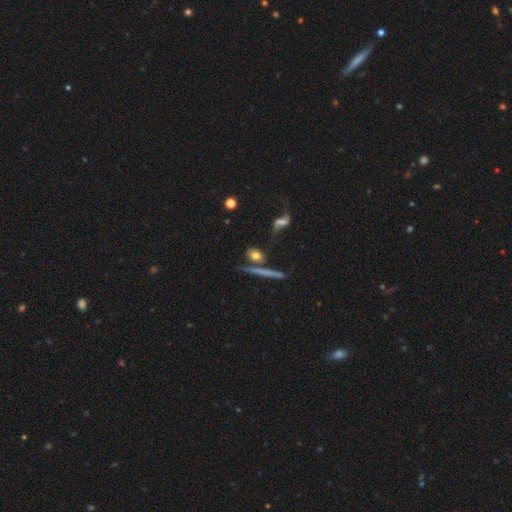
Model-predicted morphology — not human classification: Smooth or featured?
  - smooth: 58% *
  - featured or disk: 32%
  - star or artifact: 10%
How rounded?
  - round: 38% *
  - cigar-shaped: 35%
  - in between: 26%
Merging?
  - none: 62% *
  - merger: 17%
  - minor disturbance: 15%
  - major disturbance: 7%